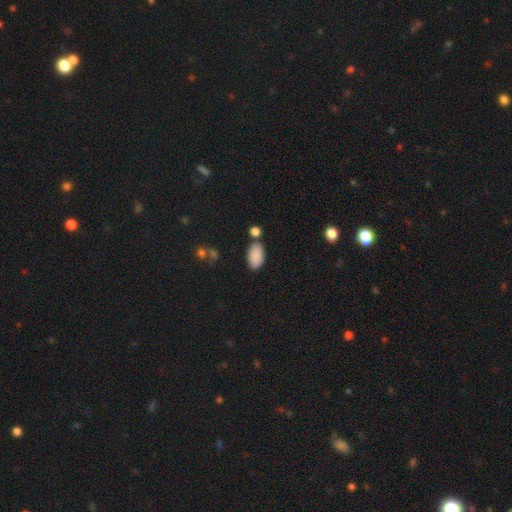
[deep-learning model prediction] This appears to be a smooth galaxy with no disk features (88%) that is in between round and cigar-shaped (94%). Merging: none (74%).